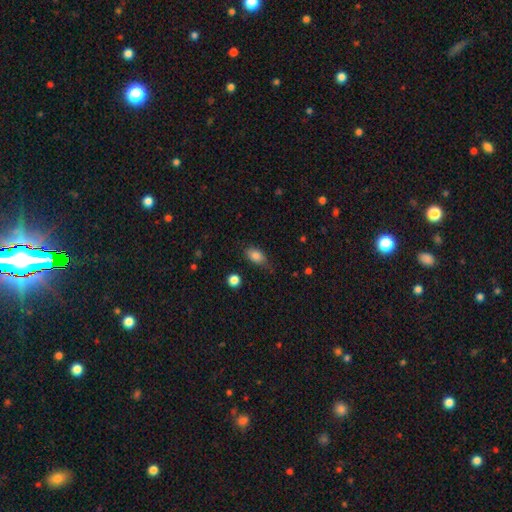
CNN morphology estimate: Smooth or featured: smooth — 83% (star or artifact — 9%)
How rounded: in between — 87% (round — 10%)
Merging: none — 67% (minor disturbance — 25%)